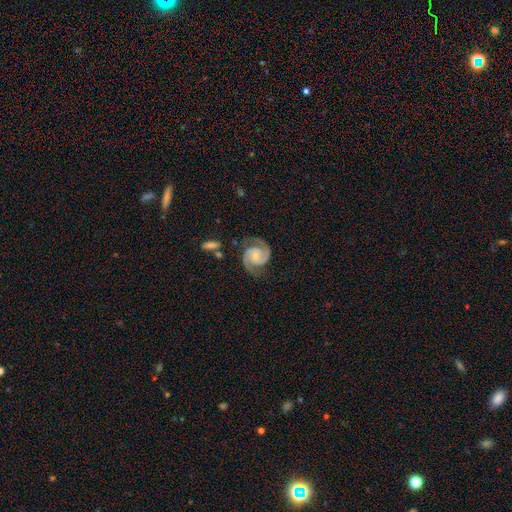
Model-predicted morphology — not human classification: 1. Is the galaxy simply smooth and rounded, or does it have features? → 92% featured or disk, 4% star or artifact, 4% smooth.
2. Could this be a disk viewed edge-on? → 98% no, 2% yes.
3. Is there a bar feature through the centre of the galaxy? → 52% no, 36% weak, 11% strong.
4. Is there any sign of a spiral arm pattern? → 98% yes, 2% no.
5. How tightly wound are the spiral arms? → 52% medium, 40% tight, 8% loose.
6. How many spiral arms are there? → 94% 2, 2% can't tell, 2% 3, 1% 1, 1% 4, 1% more than 4.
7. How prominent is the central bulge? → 57% small, 28% moderate, 12% none, 2% large, 1% dominant.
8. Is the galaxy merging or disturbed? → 80% none, 14% minor disturbance, 4% major disturbance, 2% merger.